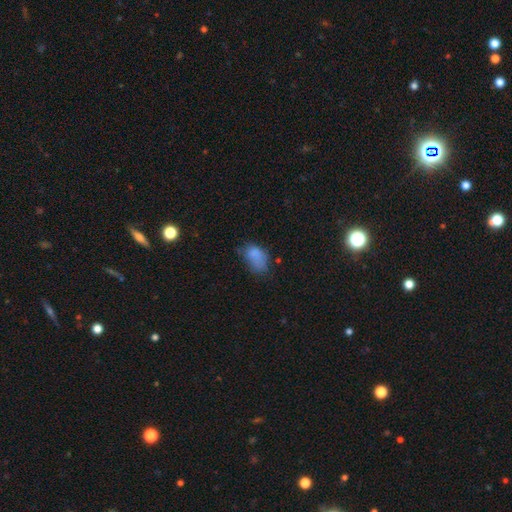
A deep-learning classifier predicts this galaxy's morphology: smooth_or_featured: smooth (p=0.77) [alt: star or artifact p=0.12]
how_rounded: in between (p=0.88) [alt: round p=0.11]
merging: none (p=0.37) [alt: minor disturbance p=0.35]